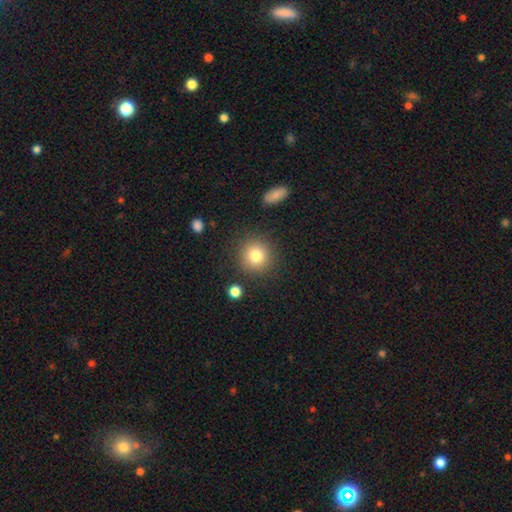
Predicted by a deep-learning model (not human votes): A smooth galaxy with no disk features (81%) that is round (93%).

Vote fractions:
- Smooth or featured? smooth: 81% / star or artifact: 11% / featured or disk: 8%
- How rounded? round: 93% / in between: 6% / cigar-shaped: 1%
- Merging? none: 87% / minor disturbance: 7% / major disturbance: 3% / merger: 3%